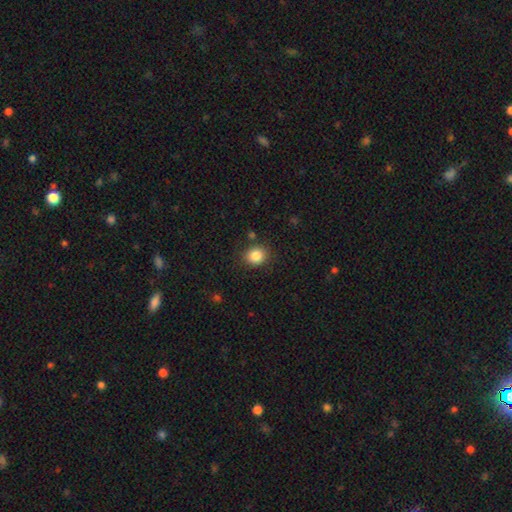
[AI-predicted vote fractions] Morphology: type=smooth (85%); roundness=round (75%); merging=none (86%).